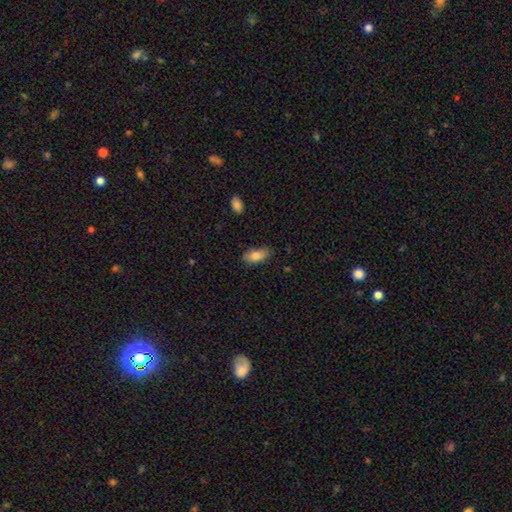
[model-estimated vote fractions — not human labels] smooth-or-featured: smooth: 84% | featured or disk: 9% | star or artifact: 7%
  how-rounded: in between: 87% | cigar-shaped: 10% | round: 3%
  merging: none: 80% | minor disturbance: 15% | major disturbance: 3% | merger: 1%